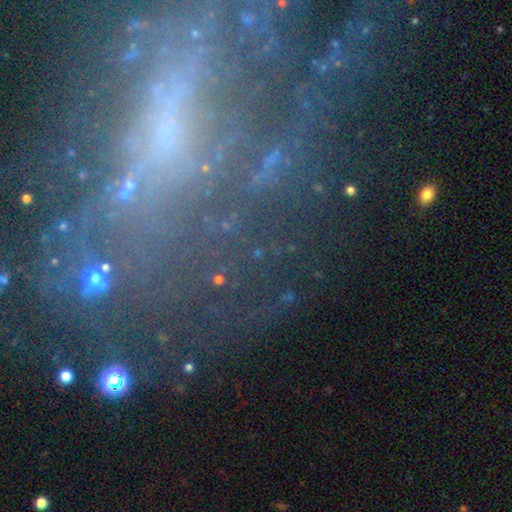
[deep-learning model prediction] smooth-or-featured: star or artifact: 46% | featured or disk: 35% | smooth: 19%